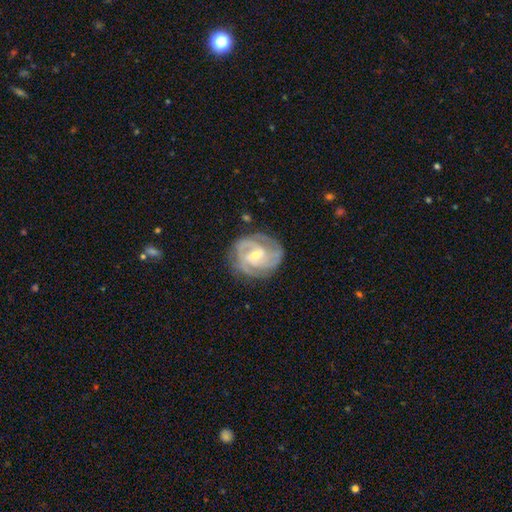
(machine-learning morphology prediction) Q: Smooth or featured?
A: featured or disk (88%); runner-up: smooth (7%)
Q: Edge-on disk?
A: no (98%); runner-up: yes (2%)
Q: Bar?
A: weak (50%); runner-up: no (33%)
Q: Spiral arms?
A: yes (97%); runner-up: no (3%)
Q: Spiral winding?
A: tight (59%); runner-up: medium (34%)
Q: Spiral arm count?
A: 3 (35%); runner-up: 2 (30%)
Q: Bulge size?
A: small (54%); runner-up: moderate (43%)
Q: Merging?
A: none (77%); runner-up: minor disturbance (16%)